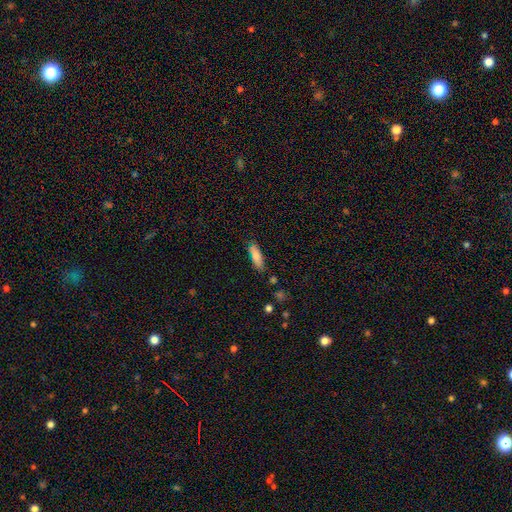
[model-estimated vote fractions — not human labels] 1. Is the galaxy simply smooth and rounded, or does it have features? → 82% smooth, 11% featured or disk, 7% star or artifact.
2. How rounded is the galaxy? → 50% in between, 48% cigar-shaped, 2% round.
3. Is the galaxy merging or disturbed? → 76% none, 17% minor disturbance, 4% merger, 4% major disturbance.